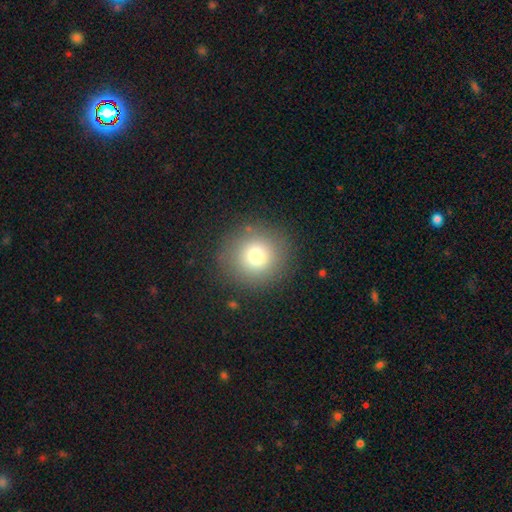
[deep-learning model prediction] A smooth galaxy with no disk features (77%) that is round (92%).

Vote fractions:
- Smooth or featured? smooth: 77% / star or artifact: 12% / featured or disk: 11%
- How rounded? round: 92% / in between: 7% / cigar-shaped: 1%
- Merging? none: 87% / minor disturbance: 8% / major disturbance: 4% / merger: 1%